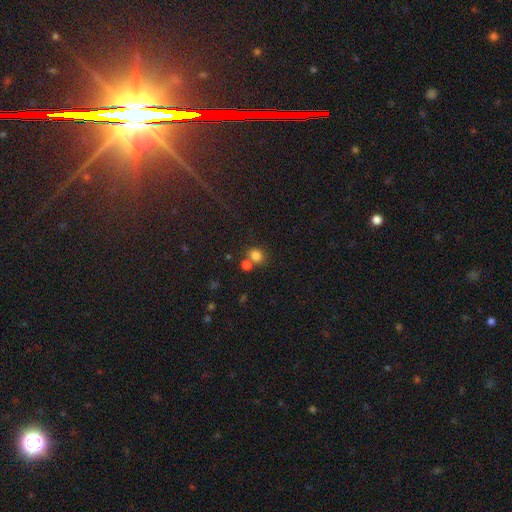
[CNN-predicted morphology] Smooth or featured? smooth (81%)
How rounded? round (70%)
Merging? none (59%)